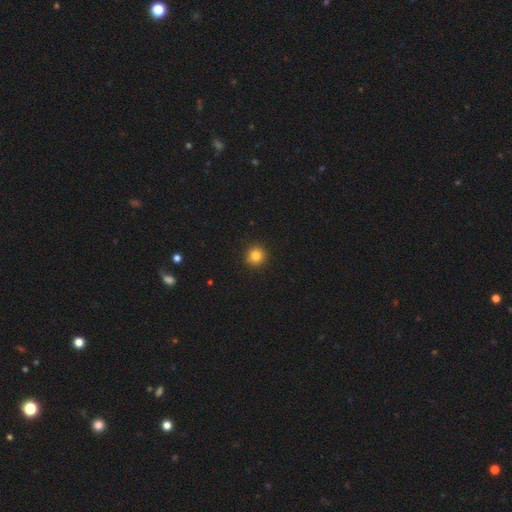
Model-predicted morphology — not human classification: This is clearly a smooth galaxy (84%). How rounded: clearly round (93%). Merging: clearly none (93%).